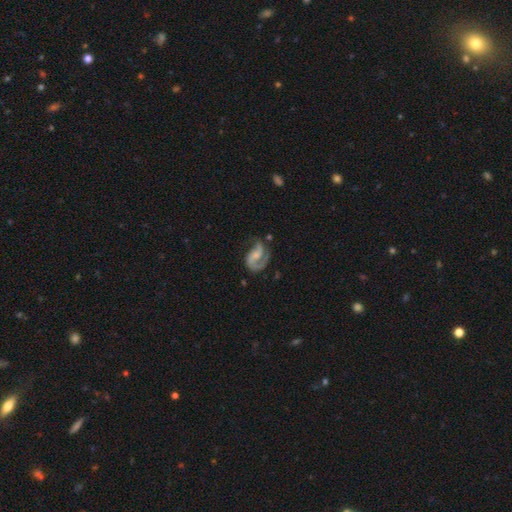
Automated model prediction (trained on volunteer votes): smooth_or_featured: featured or disk (p=0.86) [alt: smooth p=0.09]
disk_edge_on: no (p=0.98) [alt: yes p=0.02]
bar: no (p=0.50) [alt: weak p=0.38]
has_spiral_arms: yes (p=0.96) [alt: no p=0.04]
spiral_winding: medium (p=0.51) [alt: loose p=0.27]
spiral_arm_count: 2 (p=0.71) [alt: 1 p=0.23]
bulge_size: small (p=0.43) [alt: moderate p=0.27]
merging: none (p=0.53) [alt: major disturbance p=0.22]